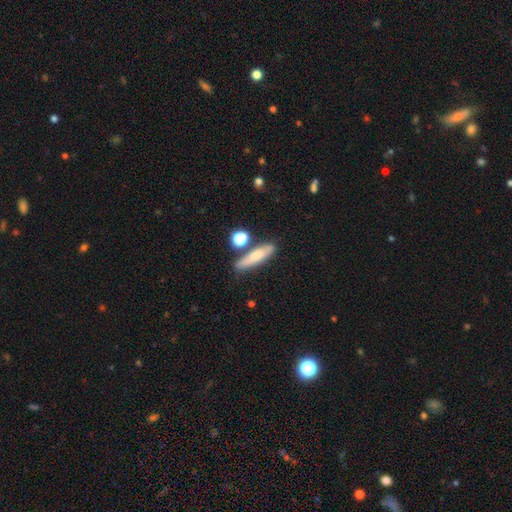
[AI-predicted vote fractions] A smooth galaxy with no disk features (68%) that is cigar-shaped (68%). Merging: none (68%).